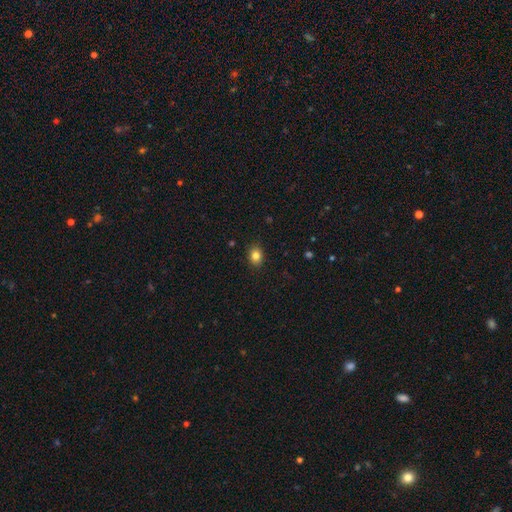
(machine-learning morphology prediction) smooth_or_featured: smooth (p=0.83) [alt: star or artifact p=0.11]
how_rounded: in between (p=0.55) [alt: round p=0.44]
merging: none (p=0.89) [alt: minor disturbance p=0.08]